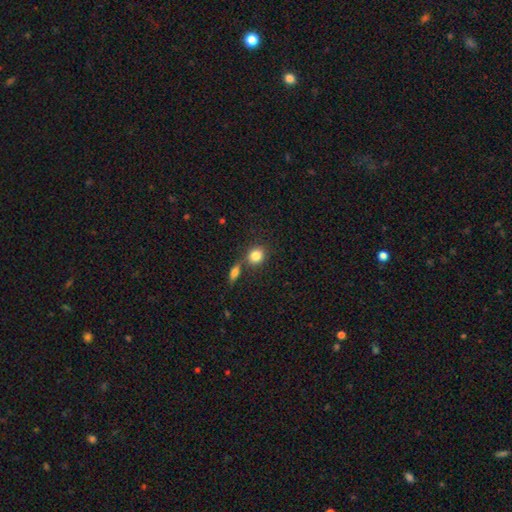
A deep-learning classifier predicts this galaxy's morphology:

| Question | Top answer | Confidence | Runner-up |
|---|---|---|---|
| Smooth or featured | smooth | 84% | star or artifact (9%) |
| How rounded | round | 70% | in between (28%) |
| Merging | none | 62% | merger (24%) |